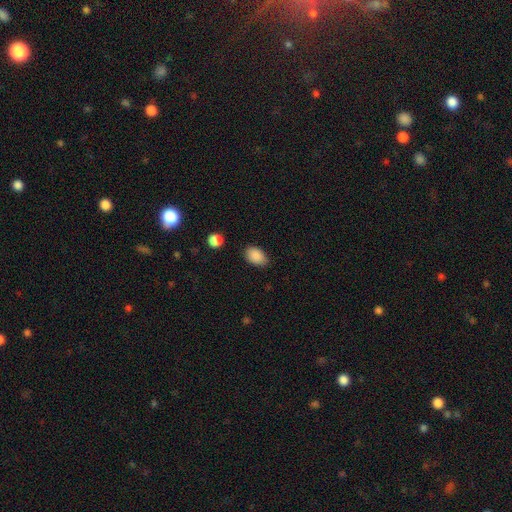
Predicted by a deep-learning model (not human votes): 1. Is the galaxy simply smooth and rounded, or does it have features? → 88% smooth, 8% star or artifact, 3% featured or disk.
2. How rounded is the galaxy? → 85% in between, 14% round, 1% cigar-shaped.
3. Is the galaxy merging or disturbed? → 80% none, 15% minor disturbance, 3% major disturbance, 2% merger.